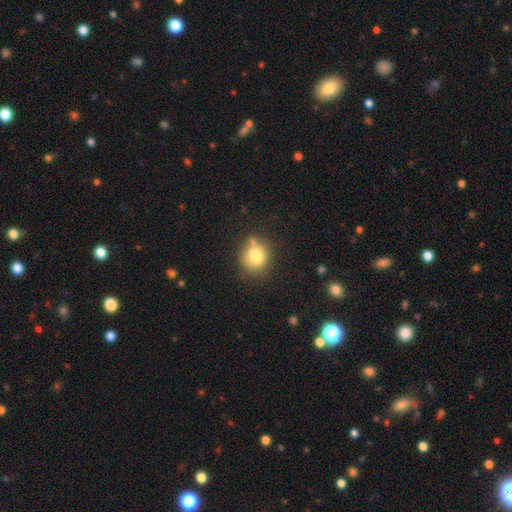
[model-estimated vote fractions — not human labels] smooth-or-featured: smooth: 77% | featured or disk: 13% | star or artifact: 10%
  how-rounded: round: 72% | in between: 27% | cigar-shaped: 1%
  merging: none: 63% | minor disturbance: 18% | merger: 13% | major disturbance: 5%